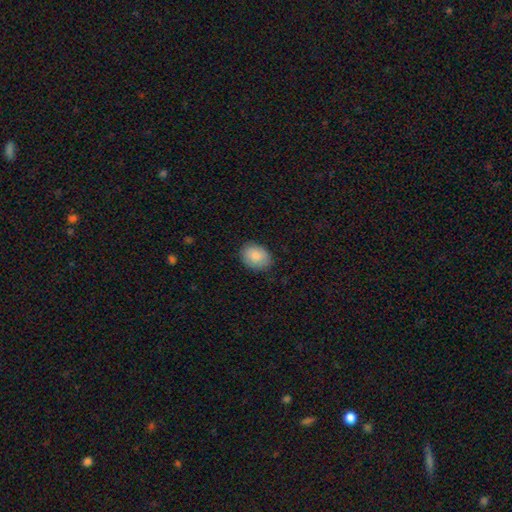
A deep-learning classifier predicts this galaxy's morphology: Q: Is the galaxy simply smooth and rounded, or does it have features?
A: smooth — 86%.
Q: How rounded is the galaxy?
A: in between — 62%.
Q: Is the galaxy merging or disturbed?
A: none — 84%.